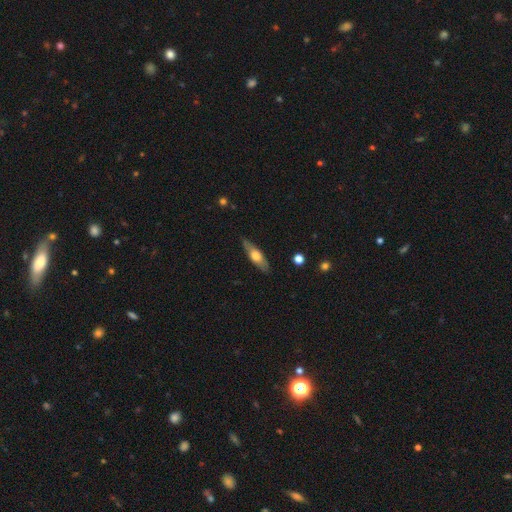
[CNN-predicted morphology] This appears to be a smooth galaxy with no disk features (50%) that is cigar-shaped (55%). Merging: none (85%).